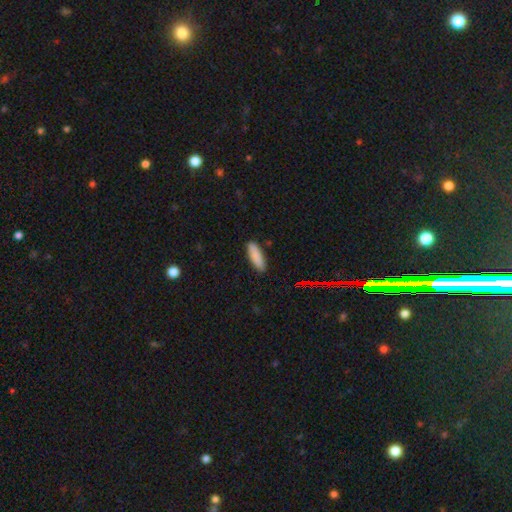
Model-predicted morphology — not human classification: smooth 88%, star or artifact 7%, featured or disk 6%. Down the decision tree: how rounded — cigar-shaped (53%); merging — none (88%).